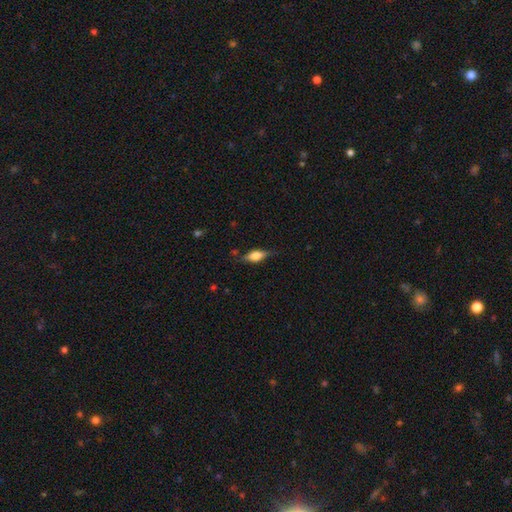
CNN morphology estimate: Overall: smooth (51%; featured or disk 41%). How rounded: in between (69%). Merging: none (75%).